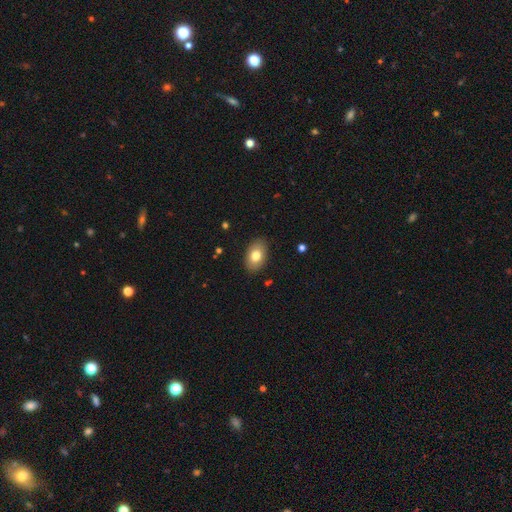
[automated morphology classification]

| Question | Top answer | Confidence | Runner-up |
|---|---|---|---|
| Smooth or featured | smooth | 78% | featured or disk (14%) |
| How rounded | in between | 90% | round (9%) |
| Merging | none | 88% | minor disturbance (9%) |